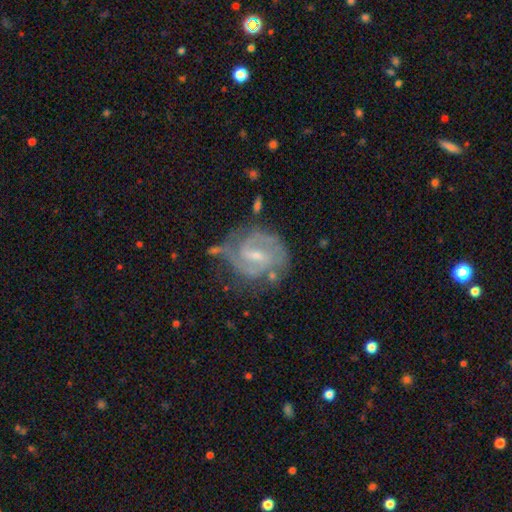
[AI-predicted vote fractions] smooth_or_featured: featured or disk (p=0.86) [alt: smooth p=0.09]
disk_edge_on: no (p=0.97) [alt: yes p=0.03]
bar: weak (p=0.60) [alt: strong p=0.23]
has_spiral_arms: yes (p=0.95) [alt: no p=0.05]
spiral_winding: medium (p=0.45) [alt: tight p=0.44]
spiral_arm_count: 2 (p=0.71) [alt: can't tell p=0.12]
bulge_size: small (p=0.58) [alt: moderate p=0.34]
merging: none (p=0.59) [alt: minor disturbance p=0.23]